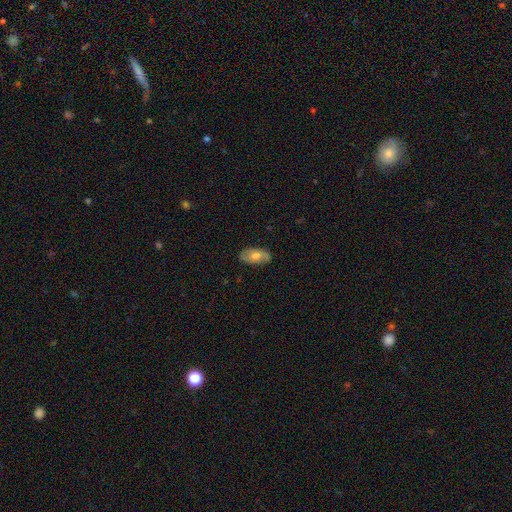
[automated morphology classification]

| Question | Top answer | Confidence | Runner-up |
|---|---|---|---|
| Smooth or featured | smooth | 61% | featured or disk (32%) |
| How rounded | in between | 92% | round (4%) |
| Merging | none | 80% | minor disturbance (16%) |